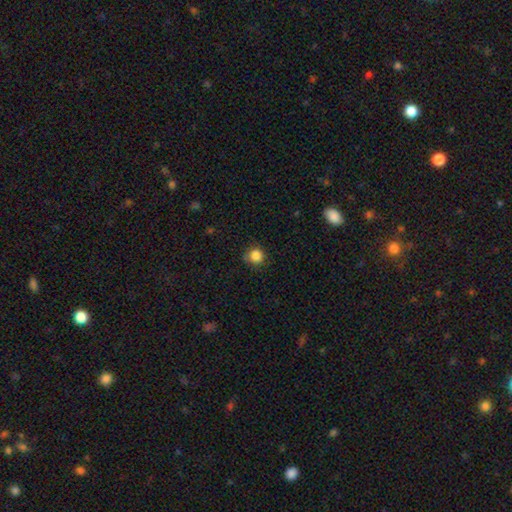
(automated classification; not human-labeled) Morphology: type=smooth (85%); roundness=round (89%); merging=none (80%).